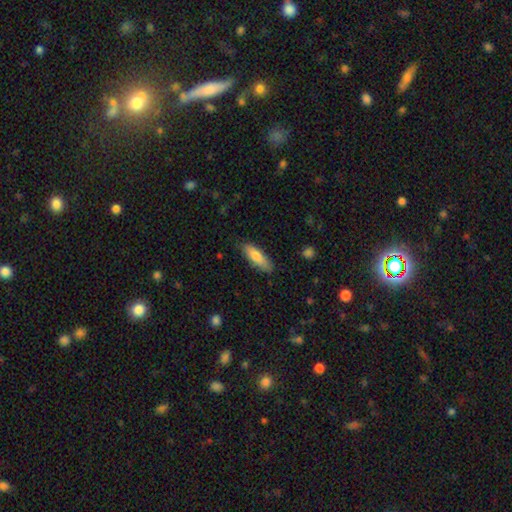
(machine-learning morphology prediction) smooth_or_featured: smooth (p=0.77) [alt: featured or disk p=0.17]
how_rounded: in between (p=0.50) [alt: cigar-shaped p=0.48]
merging: none (p=0.82) [alt: minor disturbance p=0.15]